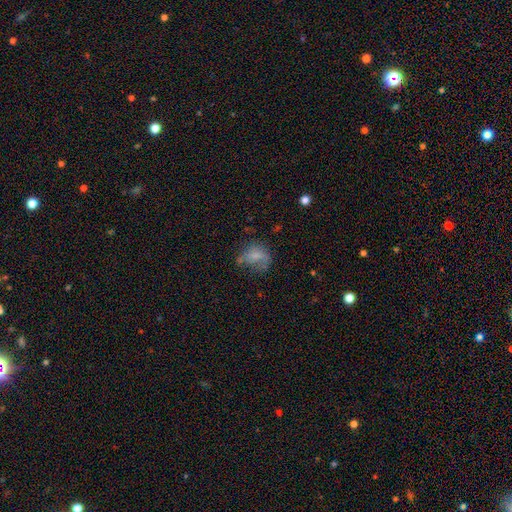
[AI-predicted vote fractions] smooth 62%, featured or disk 25%, star or artifact 13%. Down the decision tree: how rounded — in between (58%); merging — none (36%).